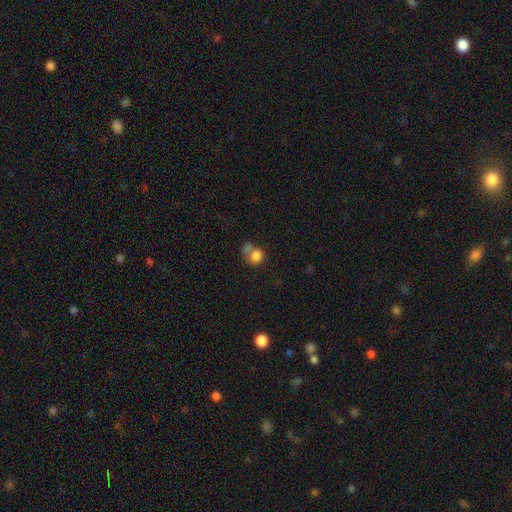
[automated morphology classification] type=smooth (80%); roundness=round (69%); merging=merger (50%).